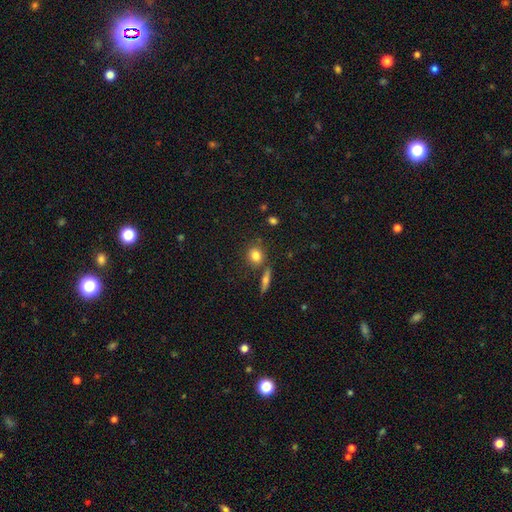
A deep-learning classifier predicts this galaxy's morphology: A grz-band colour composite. It shows a smooth galaxy with no disk features (80%) that is round (70%). Merging: none (71%).